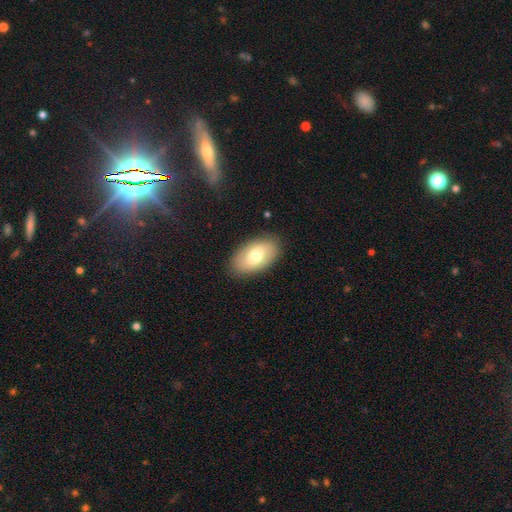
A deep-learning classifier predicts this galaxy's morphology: type=smooth (70%); roundness=in between (94%); merging=none (87%).